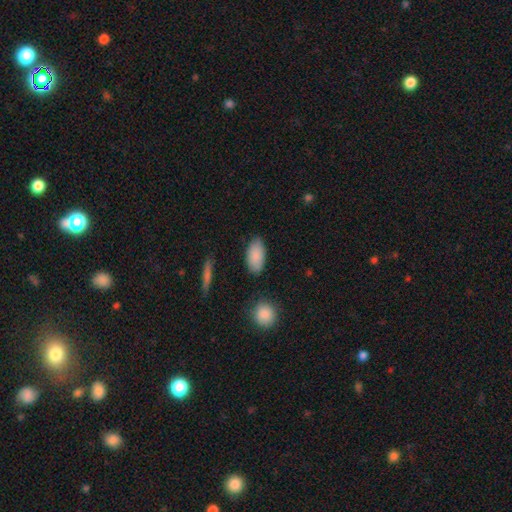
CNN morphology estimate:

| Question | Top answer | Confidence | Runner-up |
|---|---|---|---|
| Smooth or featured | smooth | 87% | star or artifact (6%) |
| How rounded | in between | 92% | cigar-shaped (5%) |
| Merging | none | 80% | minor disturbance (14%) |